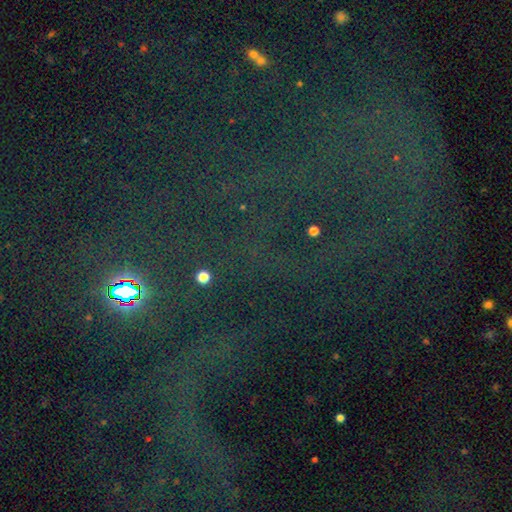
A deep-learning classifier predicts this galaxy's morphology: A star or artifact, not a galaxy (79%).

Vote fractions:
- Smooth or featured? star or artifact: 79% / featured or disk: 11% / smooth: 11%